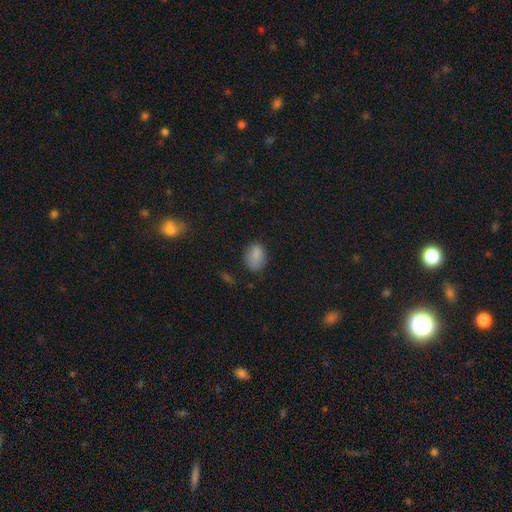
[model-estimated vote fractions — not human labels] Smooth or featured? Predicted: smooth (p=0.85). How rounded? Predicted: in between (p=0.77). Merging? Predicted: none (p=0.69).